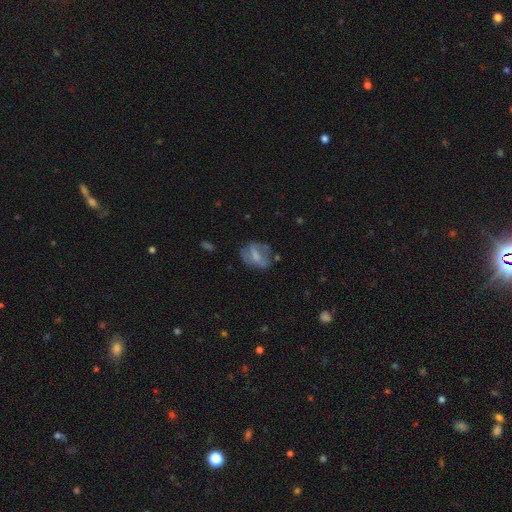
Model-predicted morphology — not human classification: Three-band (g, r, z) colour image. It shows a featured or disk galaxy (51%). Merging: none (56%).